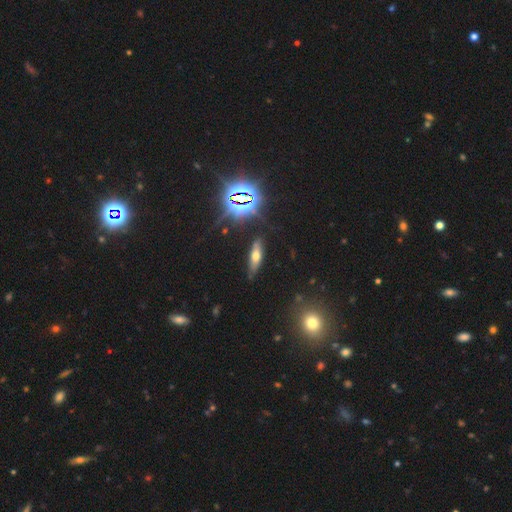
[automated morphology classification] This is marginally a smooth galaxy (45%). Merging: likely none (79%).